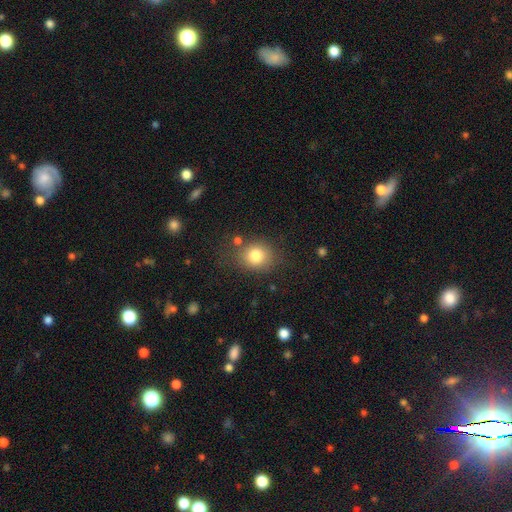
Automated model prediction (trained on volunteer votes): A smooth galaxy with no disk features (80%) that is round (71%).

Vote fractions:
- Smooth or featured? smooth: 80% / star or artifact: 11% / featured or disk: 9%
- How rounded? round: 71% / in between: 28% / cigar-shaped: 1%
- Merging? none: 74% / minor disturbance: 15% / merger: 6% / major disturbance: 6%